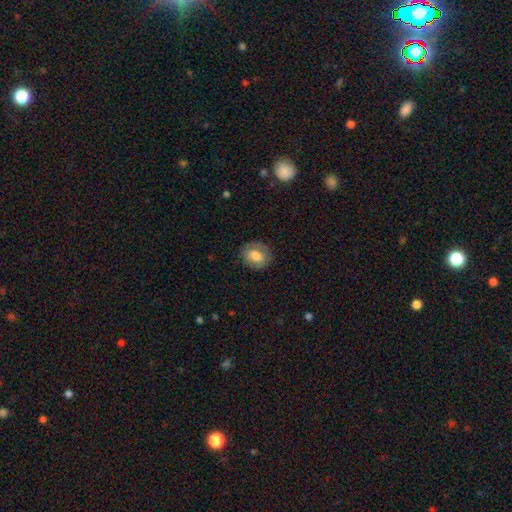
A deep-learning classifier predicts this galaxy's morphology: This appears to be a smooth galaxy with no disk features (74%) that is round (54%). Merging: none (80%).